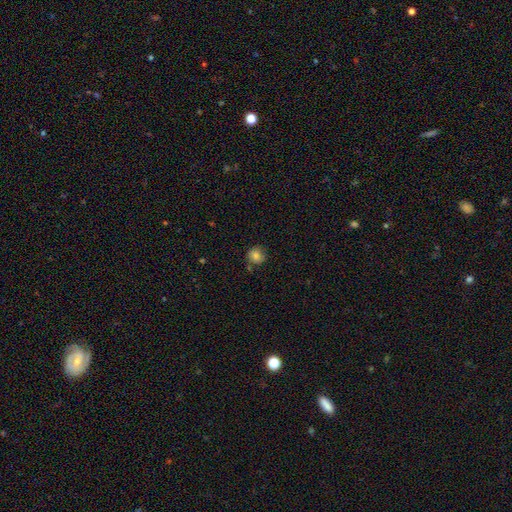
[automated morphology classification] type=smooth (80%); roundness=round (85%); merging=none (76%).